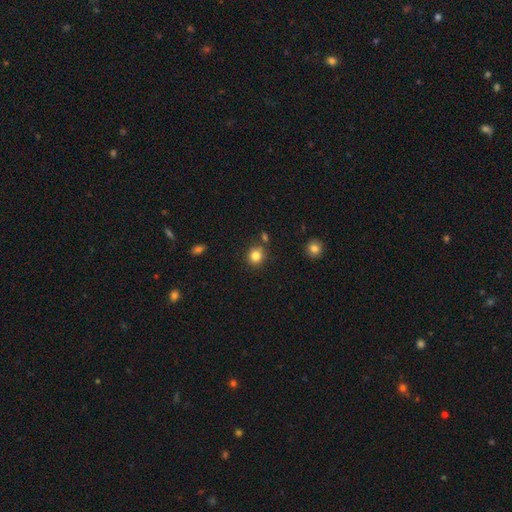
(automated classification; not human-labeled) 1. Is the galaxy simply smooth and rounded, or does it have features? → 83% smooth, 11% star or artifact, 6% featured or disk.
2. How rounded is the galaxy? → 85% round, 14% in between, 1% cigar-shaped.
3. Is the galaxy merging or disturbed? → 79% none, 10% minor disturbance, 8% merger, 3% major disturbance.